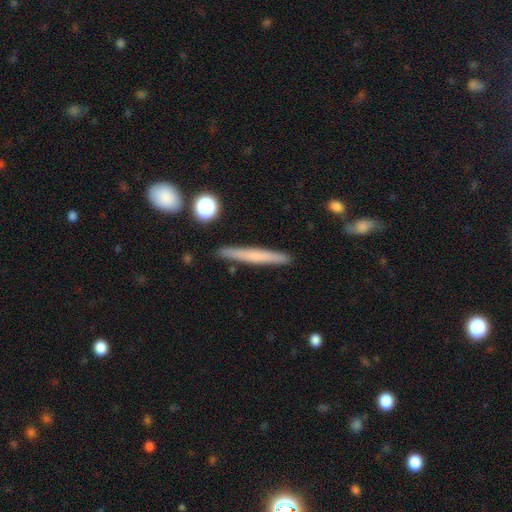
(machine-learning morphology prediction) Smooth or featured? Predicted: smooth (p=0.54). How rounded? Predicted: cigar-shaped (p=0.95). Merging? Predicted: none (p=0.89).